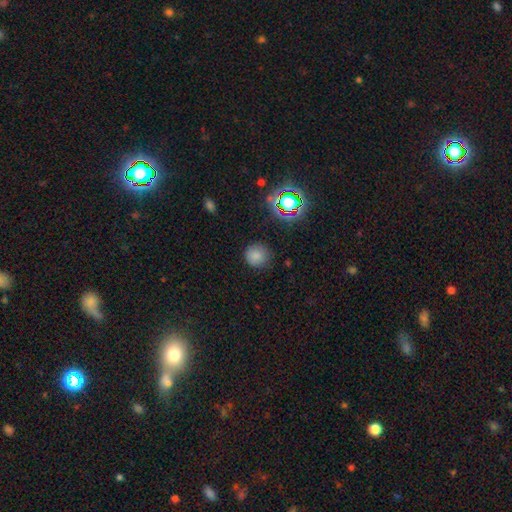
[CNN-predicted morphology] Q: Smooth or featured?
A: smooth (76%); runner-up: star or artifact (18%)
Q: How rounded?
A: round (93%); runner-up: in between (6%)
Q: Merging?
A: none (84%); runner-up: minor disturbance (11%)